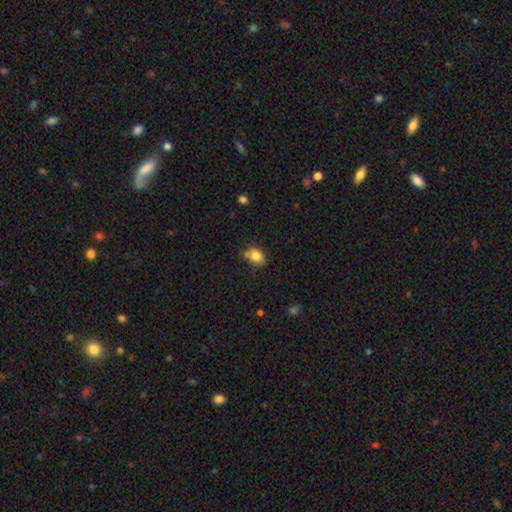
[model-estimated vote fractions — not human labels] Q: Smooth or featured?
A: smooth (82%); runner-up: star or artifact (9%)
Q: How rounded?
A: in between (69%); runner-up: round (30%)
Q: Merging?
A: none (68%); runner-up: minor disturbance (21%)